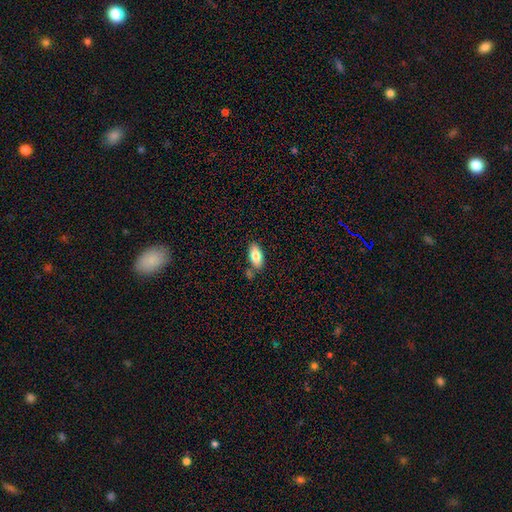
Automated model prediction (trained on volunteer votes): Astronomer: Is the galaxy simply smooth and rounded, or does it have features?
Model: smooth — 81%.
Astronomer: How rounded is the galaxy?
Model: in between — 91%.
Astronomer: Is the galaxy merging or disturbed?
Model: none — 71%.